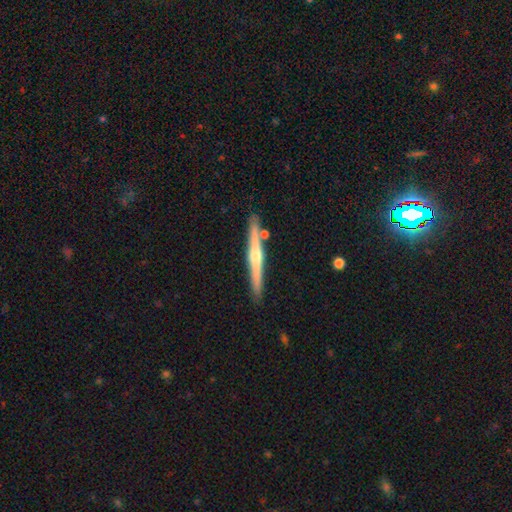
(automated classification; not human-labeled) Smooth or featured? Predicted: featured or disk (p=0.70). Edge-on disk? Predicted: yes (p=0.98). Edge-on bulge? Predicted: rounded (p=0.85). Merging? Predicted: none (p=0.87).